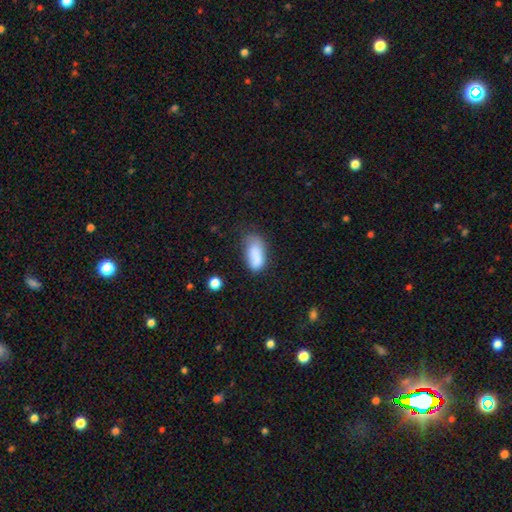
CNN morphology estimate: Smooth or featured? smooth (83%)
How rounded? in between (88%)
Merging? none (44%)